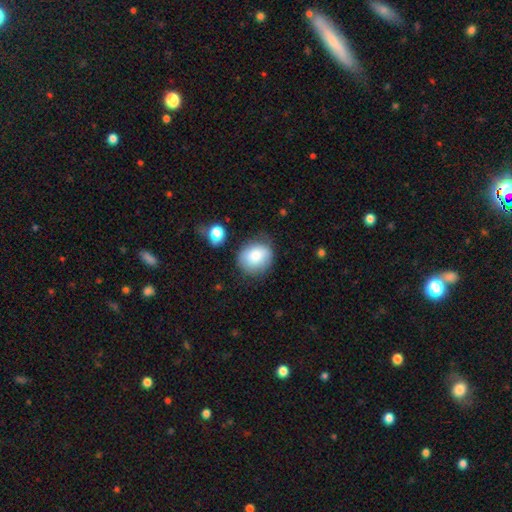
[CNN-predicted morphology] This is likely a smooth galaxy (80%). How rounded: likely round (70%). Merging: likely none (70%).